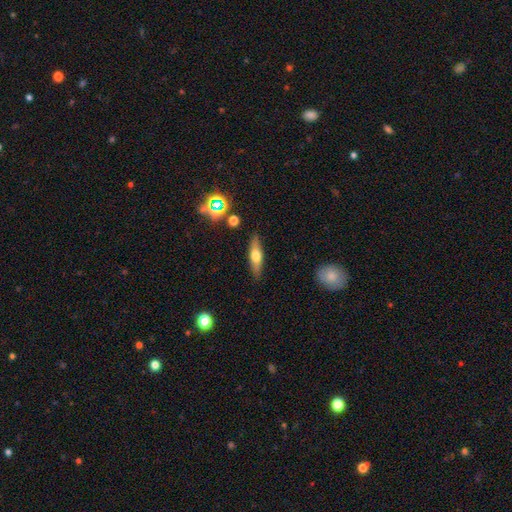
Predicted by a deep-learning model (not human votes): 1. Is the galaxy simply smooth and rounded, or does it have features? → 52% smooth, 40% featured or disk, 8% star or artifact.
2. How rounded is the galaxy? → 61% cigar-shaped, 36% in between, 3% round.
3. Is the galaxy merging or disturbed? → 86% none, 10% minor disturbance, 2% major disturbance, 2% merger.